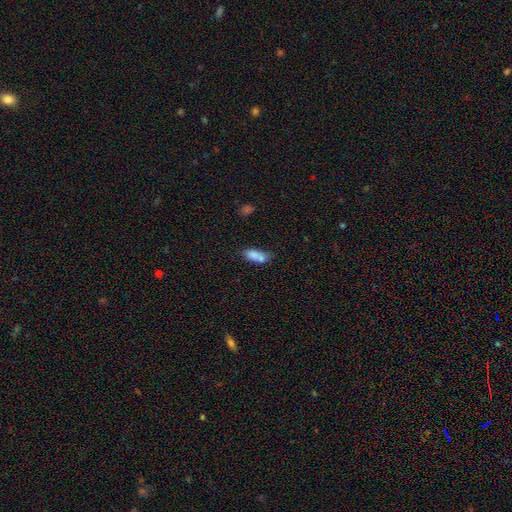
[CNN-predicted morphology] type=smooth (77%); roundness=in between (78%); merging=none (38%).